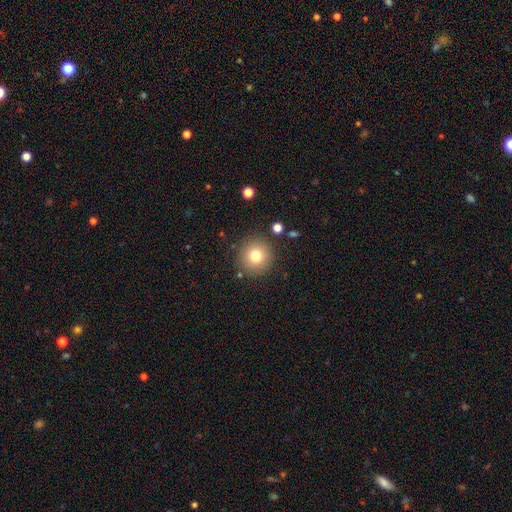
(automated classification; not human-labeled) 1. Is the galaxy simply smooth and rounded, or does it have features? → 78% smooth, 12% star or artifact, 10% featured or disk.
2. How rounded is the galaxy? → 94% round, 5% in between, 1% cigar-shaped.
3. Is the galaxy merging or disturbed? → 88% none, 7% minor disturbance, 3% major disturbance, 2% merger.